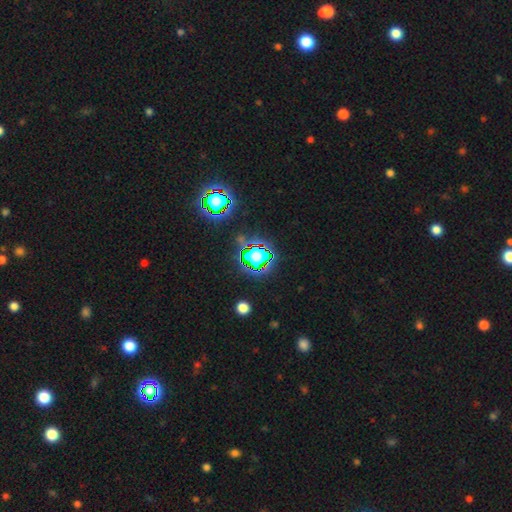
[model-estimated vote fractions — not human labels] Smooth or featured? star or artifact (63%)